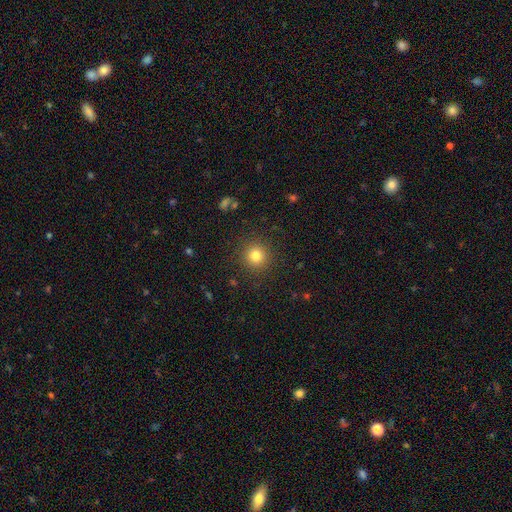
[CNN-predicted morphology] Q: Smooth or featured?
A: smooth (80%); runner-up: star or artifact (13%)
Q: How rounded?
A: round (95%); runner-up: in between (5%)
Q: Merging?
A: none (90%); runner-up: minor disturbance (6%)